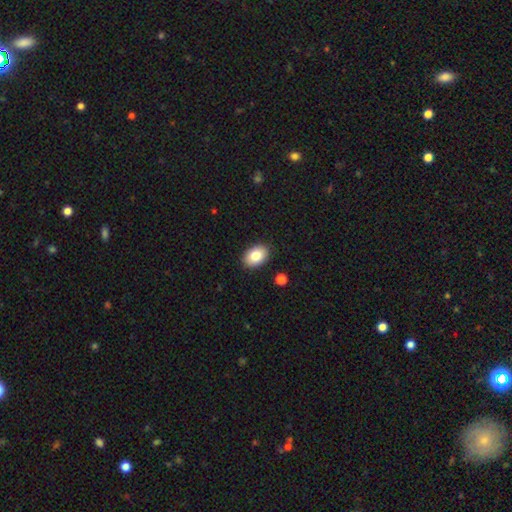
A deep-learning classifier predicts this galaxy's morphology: A smooth galaxy with no disk features (83%) that is in between round and cigar-shaped (85%). Merging: none (89%).